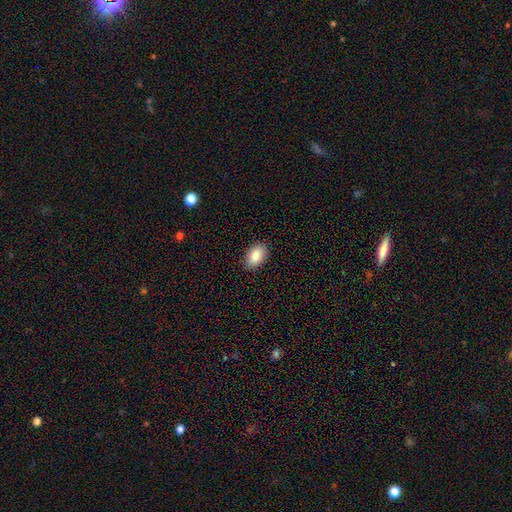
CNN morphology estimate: Overall: smooth (86%). How rounded: in between (91%). Merging: none (89%).